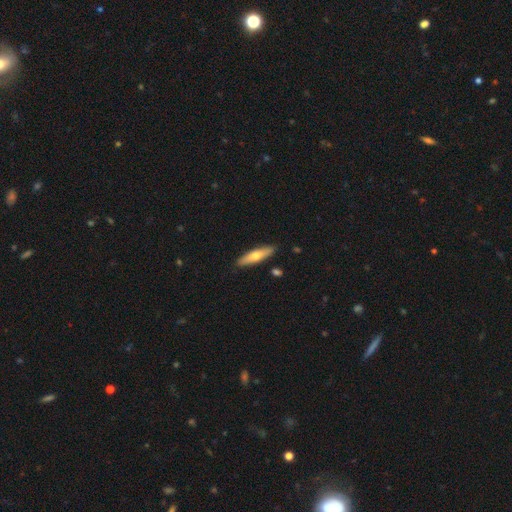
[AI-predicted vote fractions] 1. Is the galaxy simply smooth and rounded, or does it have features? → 59% smooth, 36% featured or disk, 6% star or artifact.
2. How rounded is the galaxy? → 73% cigar-shaped, 25% in between, 2% round.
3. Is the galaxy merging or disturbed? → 88% none, 8% minor disturbance, 2% merger, 2% major disturbance.